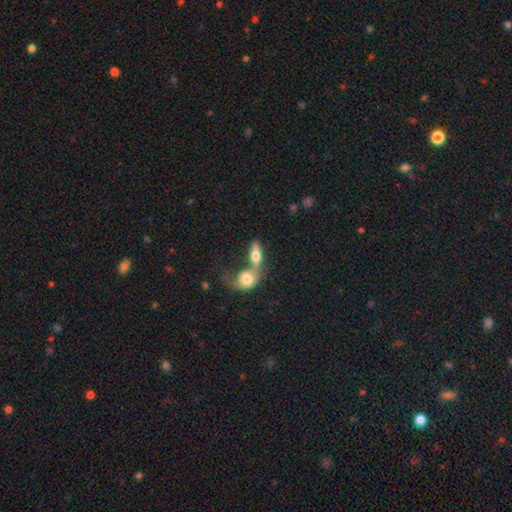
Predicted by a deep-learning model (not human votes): Smooth or featured? Predicted: smooth (p=0.66). How rounded? Predicted: in between (p=0.73). Merging? Predicted: merger (p=0.69).